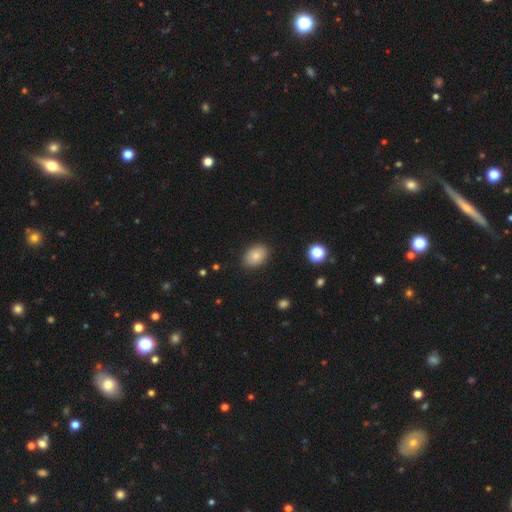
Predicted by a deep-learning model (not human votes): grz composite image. It shows a smooth galaxy with no disk features (81%) that is in between round and cigar-shaped (75%). Merging: none (87%).